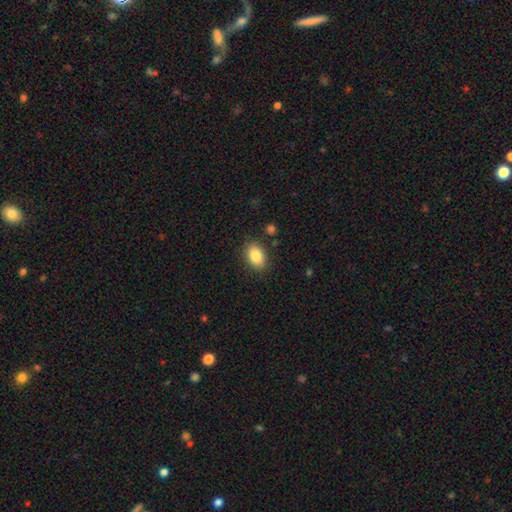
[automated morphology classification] smooth-or-featured: smooth: 85% | star or artifact: 8% | featured or disk: 7%
  how-rounded: in between: 82% | round: 17% | cigar-shaped: 1%
  merging: none: 84% | minor disturbance: 11% | major disturbance: 3% | merger: 2%